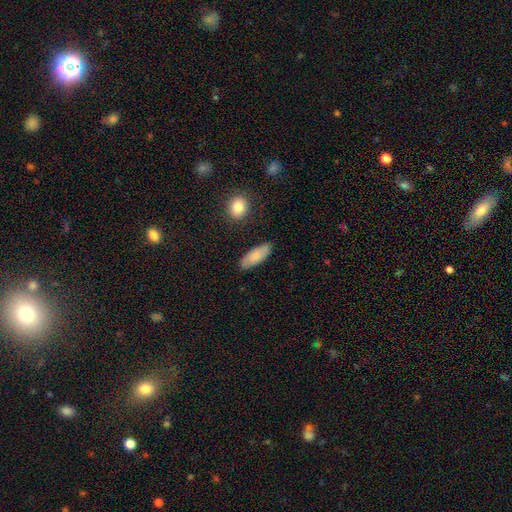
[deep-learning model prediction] Smooth or featured: smooth — 78% (featured or disk — 16%)
How rounded: in between — 76% (cigar-shaped — 22%)
Merging: none — 82% (minor disturbance — 13%)